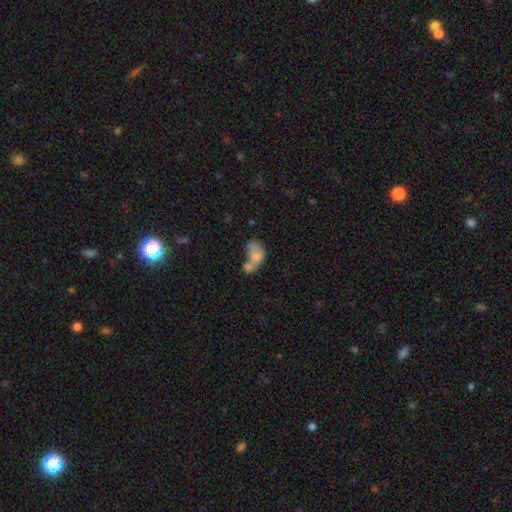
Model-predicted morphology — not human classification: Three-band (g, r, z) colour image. It shows a smooth galaxy with no disk features (65%) that is in between round and cigar-shaped (77%). Merging: merger (65%).